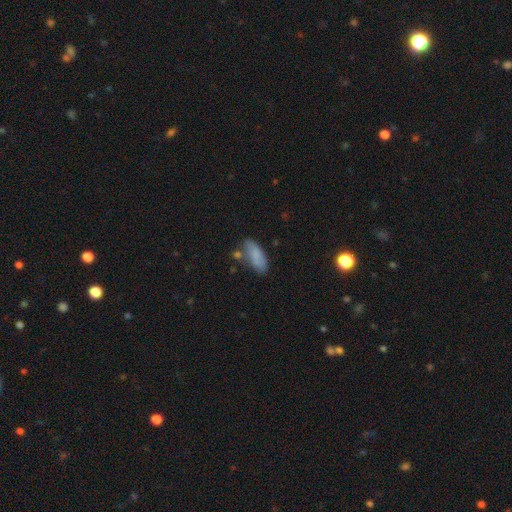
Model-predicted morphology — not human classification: smooth-or-featured: smooth: 80% | featured or disk: 13% | star or artifact: 8%
  how-rounded: in between: 79% | cigar-shaped: 19% | round: 2%
  merging: none: 62% | minor disturbance: 23% | merger: 9% | major disturbance: 6%